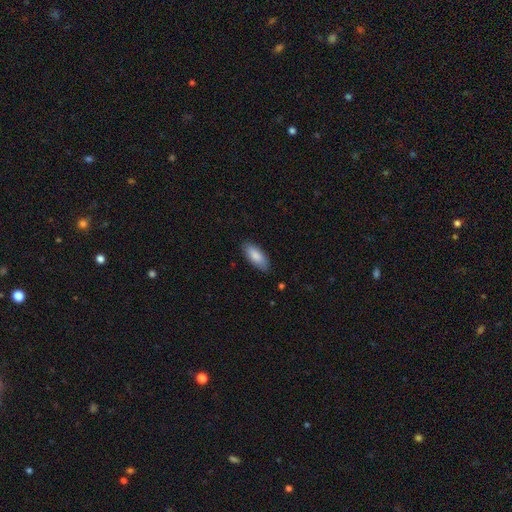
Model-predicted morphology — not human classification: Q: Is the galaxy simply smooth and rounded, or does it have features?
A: smooth — 86%.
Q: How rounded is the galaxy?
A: in between — 81%.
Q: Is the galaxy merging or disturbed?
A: none — 85%.